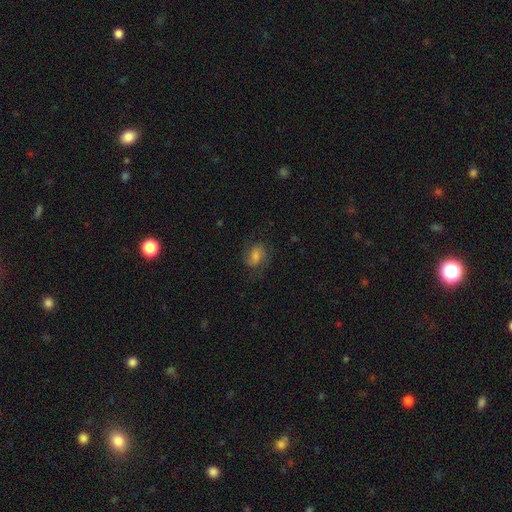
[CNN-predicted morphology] featured or disk 43%, smooth 42%, star or artifact 15%. Down the decision tree: merging — none (70%).